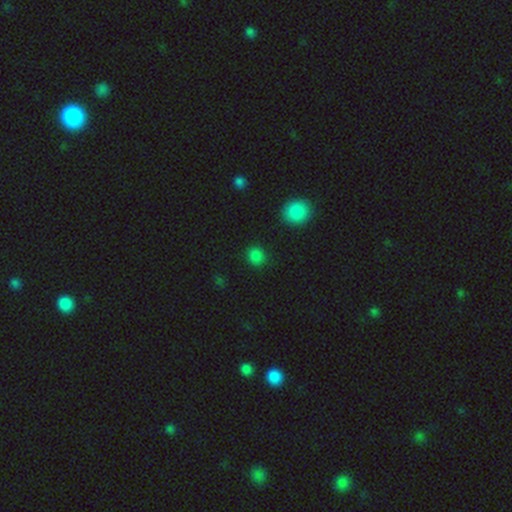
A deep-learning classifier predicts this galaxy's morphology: type=smooth (82%); roundness=round (84%); merging=none (88%).